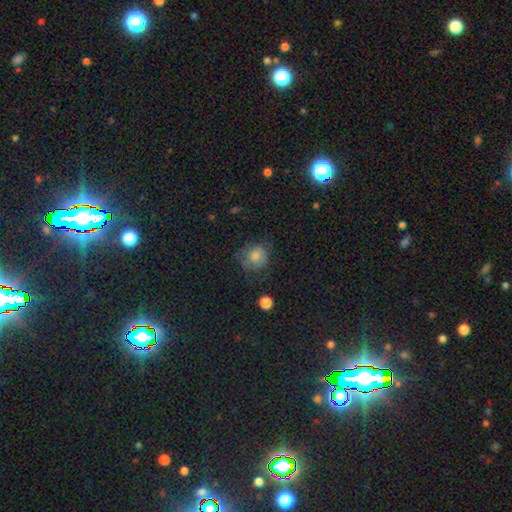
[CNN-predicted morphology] A smooth galaxy with no disk features (65%) that is round (82%). Merging: none (67%).